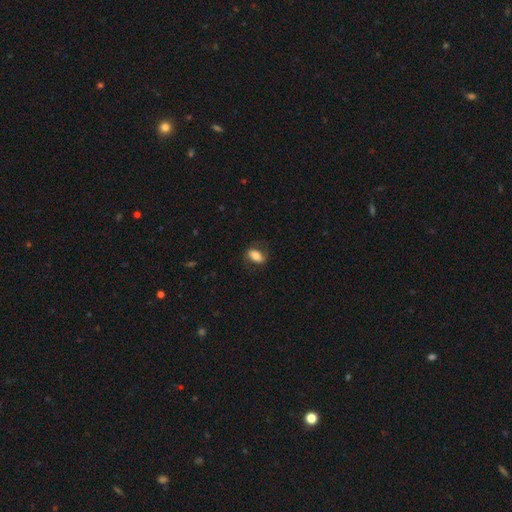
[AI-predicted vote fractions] Smooth or featured: smooth — 76% (featured or disk — 16%)
How rounded: in between — 87% (round — 8%)
Merging: none — 77% (minor disturbance — 16%)